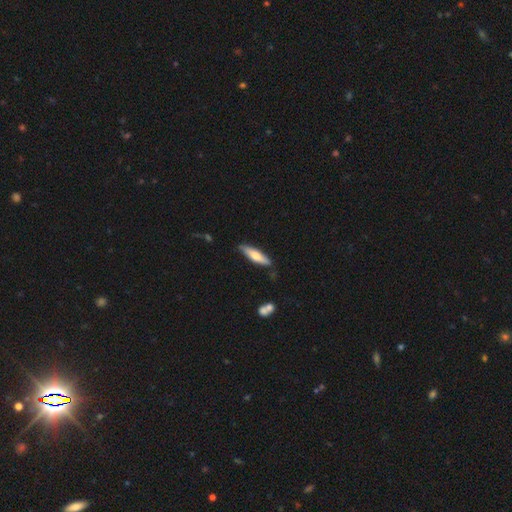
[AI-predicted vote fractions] Q: Smooth or featured?
A: smooth (60%); runner-up: featured or disk (35%)
Q: How rounded?
A: cigar-shaped (72%); runner-up: in between (27%)
Q: Merging?
A: none (84%); runner-up: minor disturbance (12%)